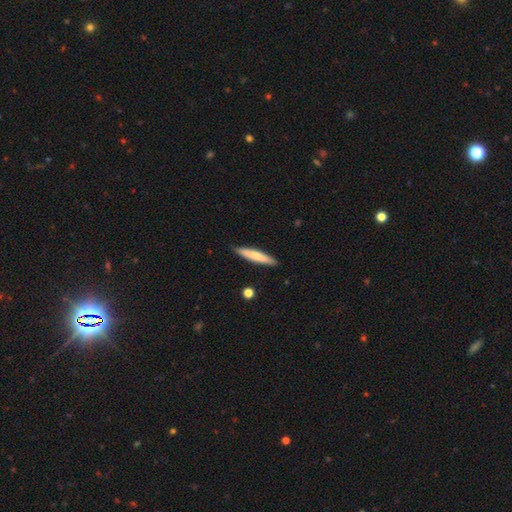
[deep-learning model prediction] This appears to be a smooth galaxy with no disk features (69%) that is cigar-shaped (91%). Merging: none (90%).